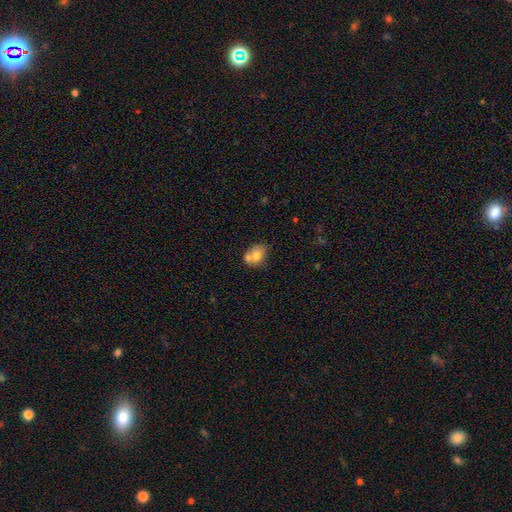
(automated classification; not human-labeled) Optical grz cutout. It shows a smooth galaxy with no disk features (71%) that is in between round and cigar-shaped (54%). Merging: merger (39%, tied with none).